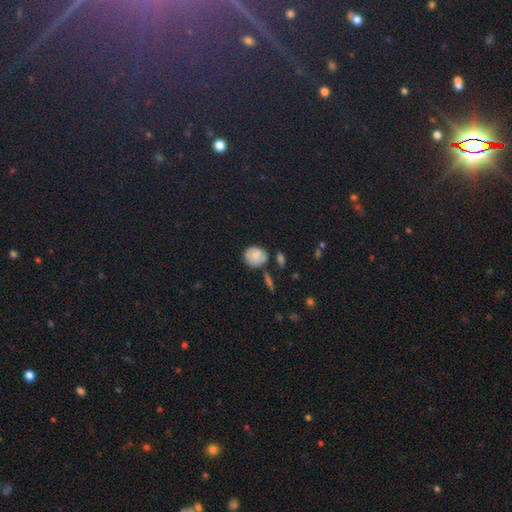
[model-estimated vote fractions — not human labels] Smooth or featured? Predicted: smooth (p=0.77). How rounded? Predicted: round (p=0.80). Merging? Predicted: none (p=0.64).